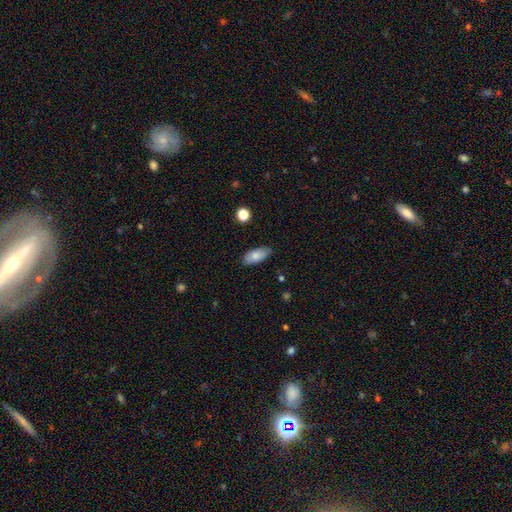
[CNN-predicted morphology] This is likely a smooth galaxy (77%). How rounded: clearly in between (90%). Merging: clearly none (83%).